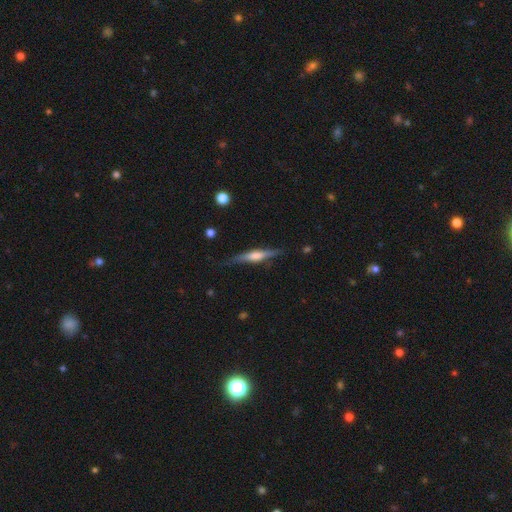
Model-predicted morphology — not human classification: A featured or disk galaxy (64%) viewed edge-on (96%) with a rounded central bulge (68%).

Vote fractions:
- Smooth or featured? featured or disk: 64% / smooth: 31% / star or artifact: 6%
- Edge-on disk? yes: 96% / no: 4%
- Edge-on bulge? rounded: 68% / boxy: 22% / none: 10%
- Merging? none: 81% / minor disturbance: 14% / major disturbance: 3% / merger: 1%